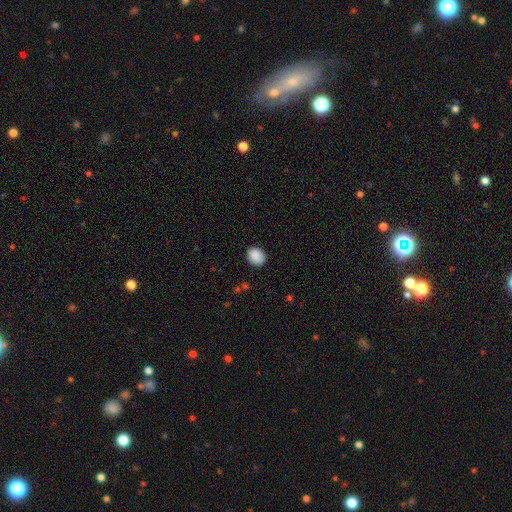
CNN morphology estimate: Smooth or featured? smooth (89%)
How rounded? in between (50%)
Merging? none (88%)